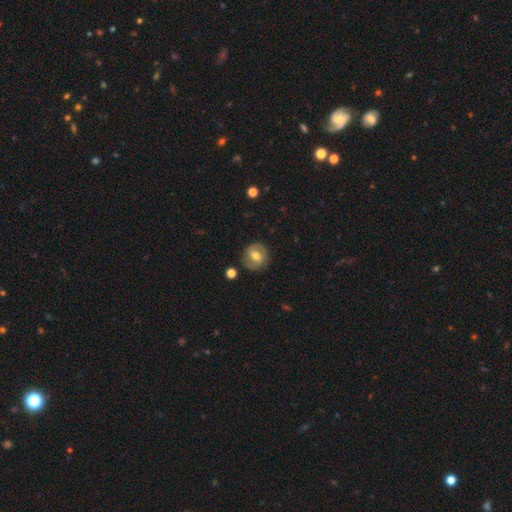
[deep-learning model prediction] This appears to be a featured or disk galaxy (49%). Merging: none (83%).